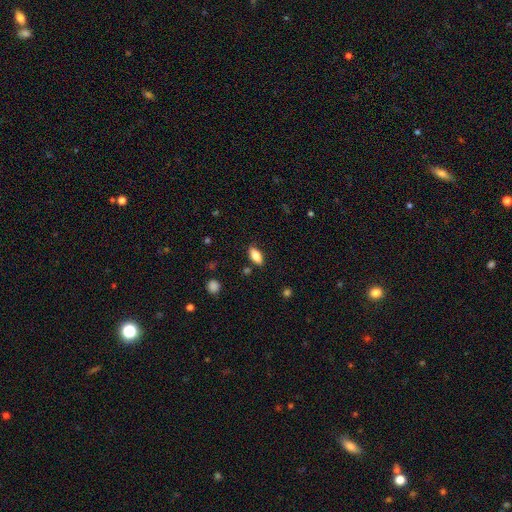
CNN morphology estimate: Smooth or featured? smooth (77%)
How rounded? in between (84%)
Merging? none (84%)